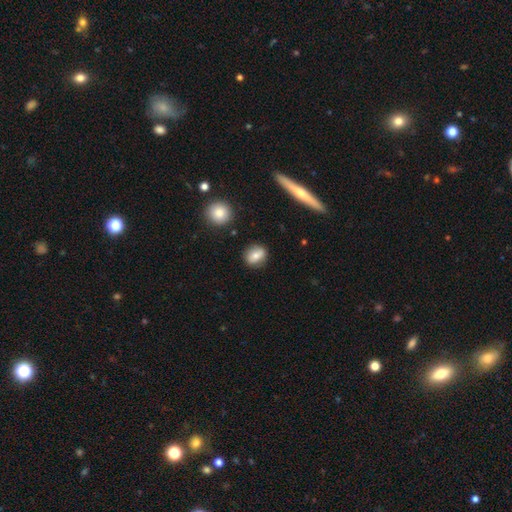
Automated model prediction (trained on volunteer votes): smooth_or_featured: smooth (p=0.73) [alt: featured or disk p=0.17]
how_rounded: round (p=0.56) [alt: in between p=0.42]
merging: none (p=0.83) [alt: minor disturbance p=0.11]